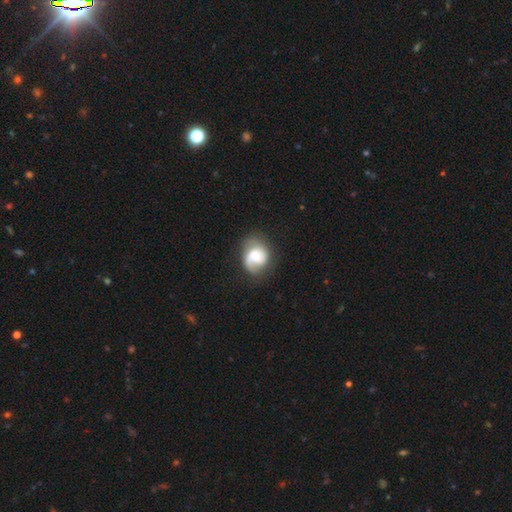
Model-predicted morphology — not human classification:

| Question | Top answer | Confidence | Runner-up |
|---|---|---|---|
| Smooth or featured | featured or disk | 56% | smooth (37%) |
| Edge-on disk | no | 98% | yes (2%) |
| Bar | no | 60% | weak (33%) |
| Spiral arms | yes | 88% | no (12%) |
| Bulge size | moderate | 46% | small (26%) |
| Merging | none | 61% | minor disturbance (23%) |